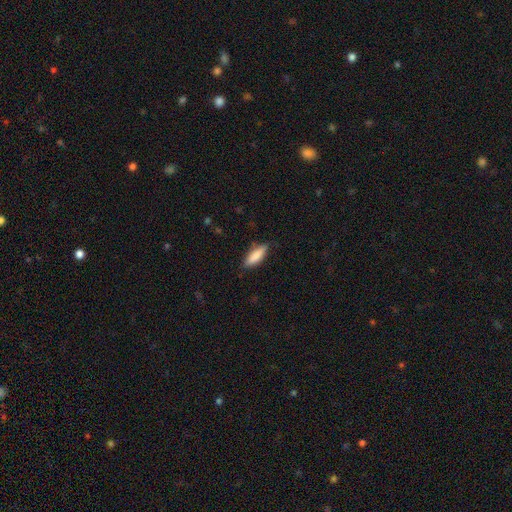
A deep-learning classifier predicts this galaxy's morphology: A smooth galaxy with no disk features (82%) that is in between round and cigar-shaped (52%). Merging: none (79%).